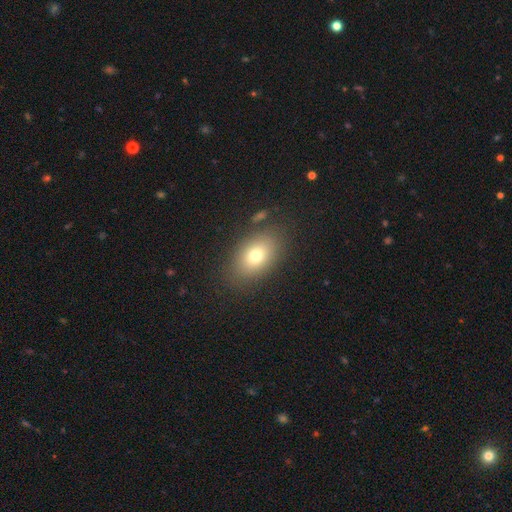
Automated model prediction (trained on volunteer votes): Smooth or featured? smooth (75%)
How rounded? in between (84%)
Merging? none (82%)